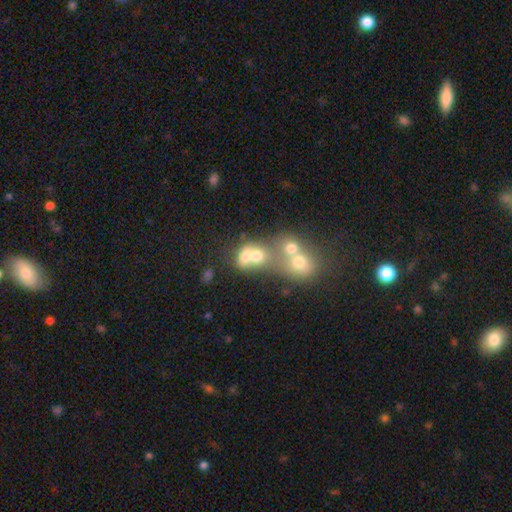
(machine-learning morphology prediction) smooth 63%, featured or disk 22%, star or artifact 15%. Down the decision tree: how rounded — round (57%); merging — merger (63%).